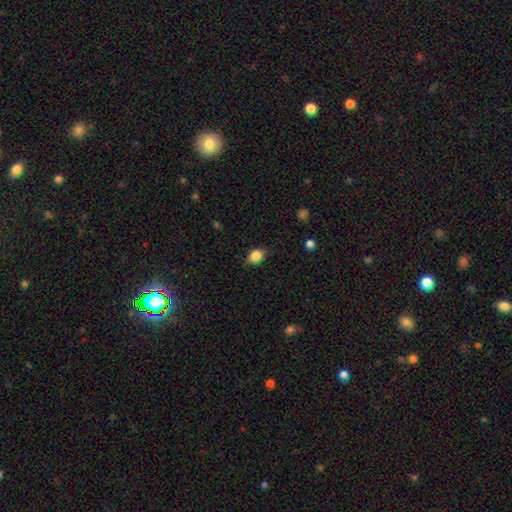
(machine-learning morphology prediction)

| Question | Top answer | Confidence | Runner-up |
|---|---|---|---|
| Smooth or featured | smooth | 86% | star or artifact (9%) |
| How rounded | in between | 67% | round (32%) |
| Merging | none | 82% | minor disturbance (14%) |